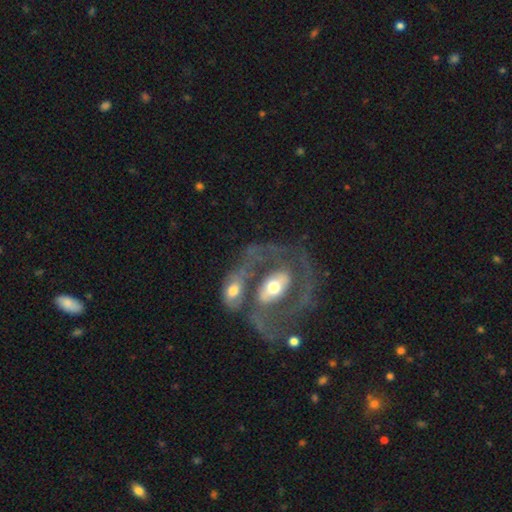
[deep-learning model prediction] A featured or disk galaxy (78%) with no bar (41%), spiral arms (60%) and a moderate central bulge (65%). Merging: none (38%).